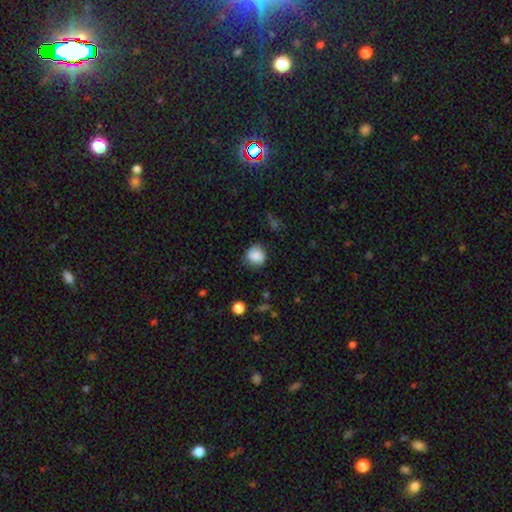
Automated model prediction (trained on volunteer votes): This is clearly a smooth galaxy (83%). How rounded: likely round (78%). Merging: likely none (73%).